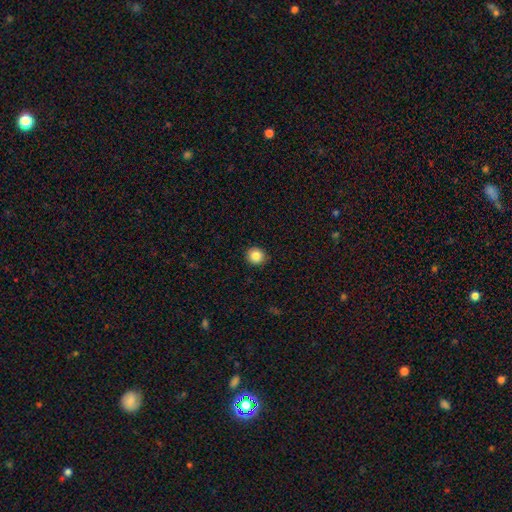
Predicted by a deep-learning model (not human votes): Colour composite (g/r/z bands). It shows a smooth galaxy with no disk features (85%) that is round (89%). Merging: none (90%).